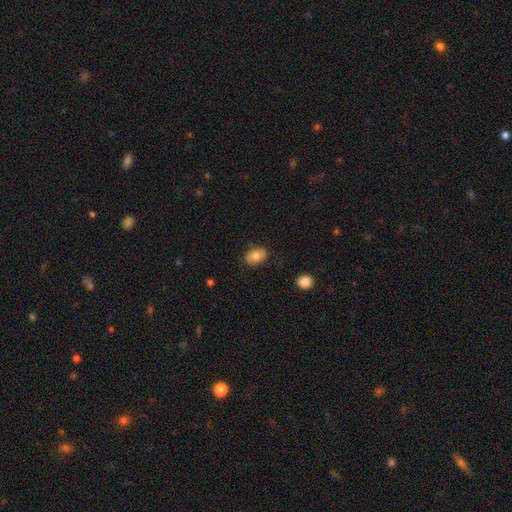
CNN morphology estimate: smooth-or-featured: smooth: 80% | featured or disk: 12% | star or artifact: 8%
  how-rounded: in between: 79% | round: 19% | cigar-shaped: 1%
  merging: none: 82% | minor disturbance: 13% | major disturbance: 3% | merger: 2%